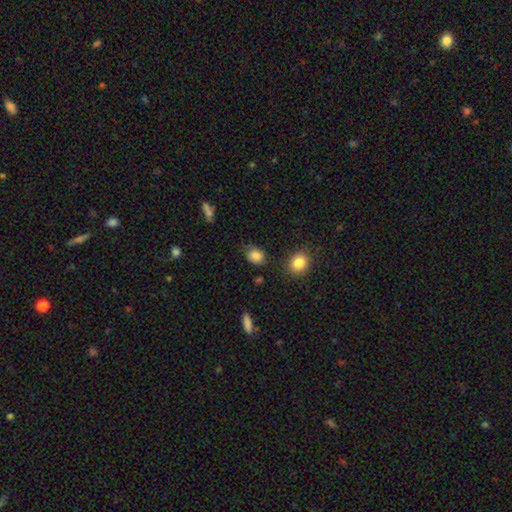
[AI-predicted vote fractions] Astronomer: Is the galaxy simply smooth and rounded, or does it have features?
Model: smooth — 85%.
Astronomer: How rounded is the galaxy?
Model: in between — 54% (runner-up: round, 44%).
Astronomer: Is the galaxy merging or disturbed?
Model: none — 74%.